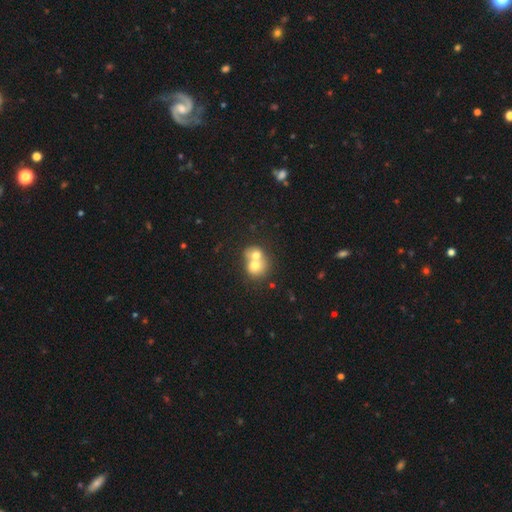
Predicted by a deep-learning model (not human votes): Overall: smooth (67%). How rounded: round (68%; in between 31%). Merging: merger (73%).